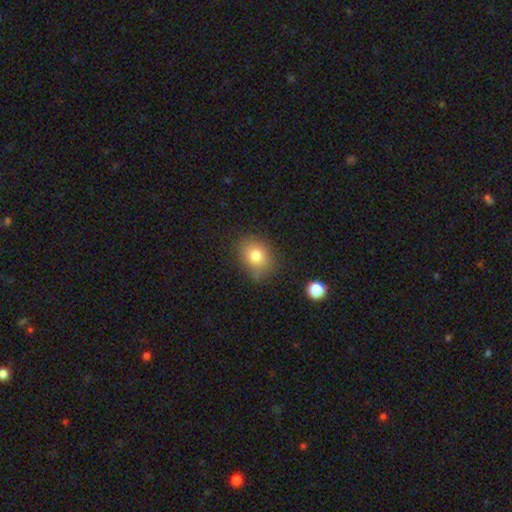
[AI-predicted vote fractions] smooth-or-featured: smooth: 79% | star or artifact: 11% | featured or disk: 10%
  how-rounded: in between: 53% | round: 46% | cigar-shaped: 1%
  merging: none: 76% | minor disturbance: 17% | major disturbance: 5% | merger: 3%